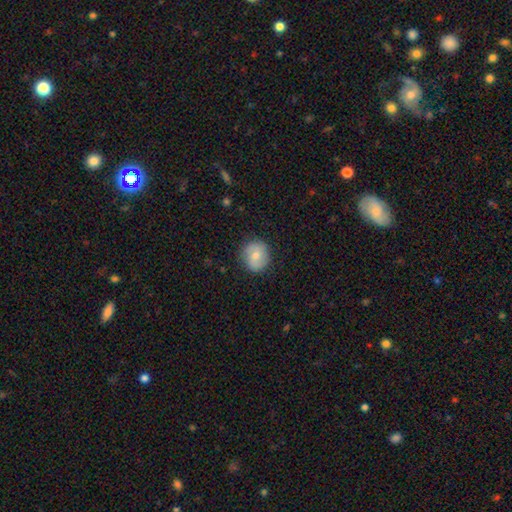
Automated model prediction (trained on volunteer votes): smooth 57%, featured or disk 36%, star or artifact 8%. Down the decision tree: how rounded — round (85%); merging — none (83%).